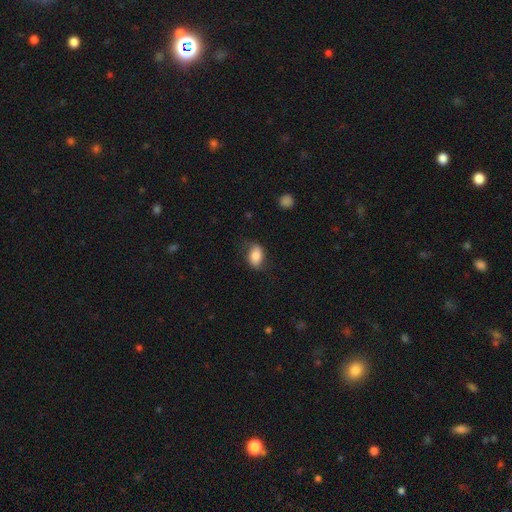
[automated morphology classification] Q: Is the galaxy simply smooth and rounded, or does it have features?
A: smooth — 77%.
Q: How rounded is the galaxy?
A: in between — 84%.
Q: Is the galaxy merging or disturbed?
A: none — 65%.